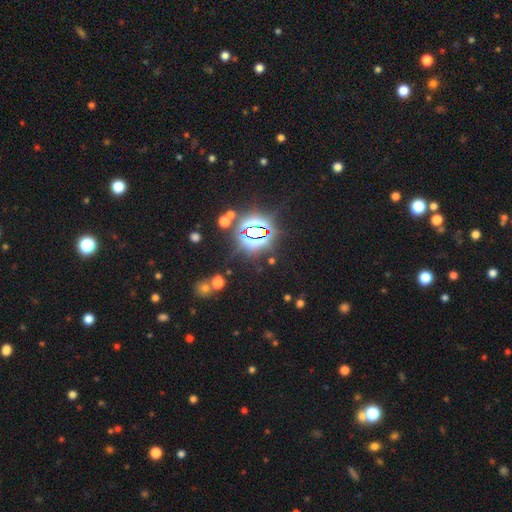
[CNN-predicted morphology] Overall: star or artifact (83%).